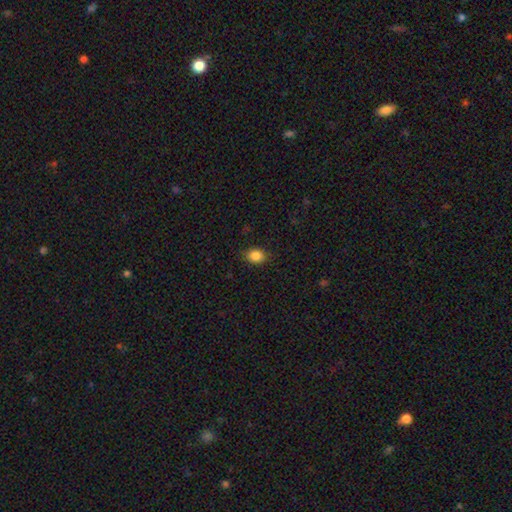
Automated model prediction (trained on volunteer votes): This is clearly a smooth galaxy (86%). How rounded: possibly in between (54%). Merging: clearly none (86%).